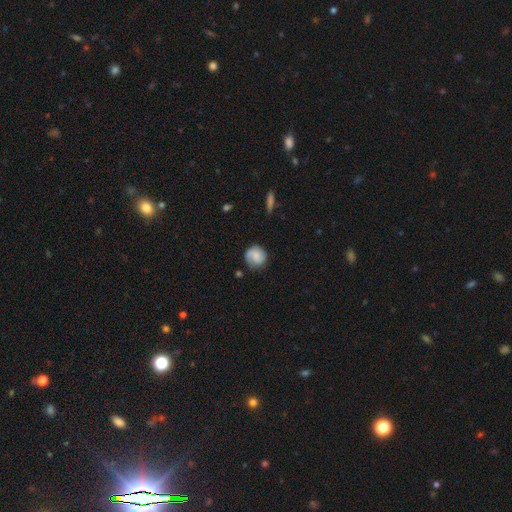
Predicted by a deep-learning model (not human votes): smooth-or-featured: smooth: 51% | featured or disk: 42% | star or artifact: 8%
  how-rounded: round: 83% | in between: 16% | cigar-shaped: 1%
  merging: none: 68% | minor disturbance: 22% | major disturbance: 8% | merger: 2%